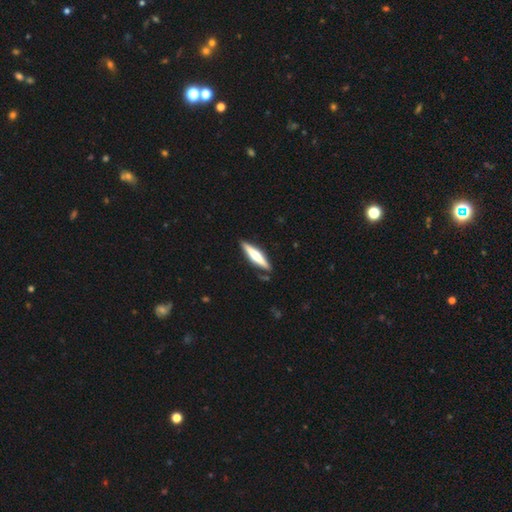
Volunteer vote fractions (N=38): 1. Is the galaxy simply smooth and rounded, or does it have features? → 58% smooth, 39% featured or disk, 3% star or artifact.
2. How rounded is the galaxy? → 82% cigar-shaped, 18% in between, 0% round.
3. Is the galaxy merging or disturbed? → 73% none, 19% minor disturbance, 5% major disturbance, 3% merger.